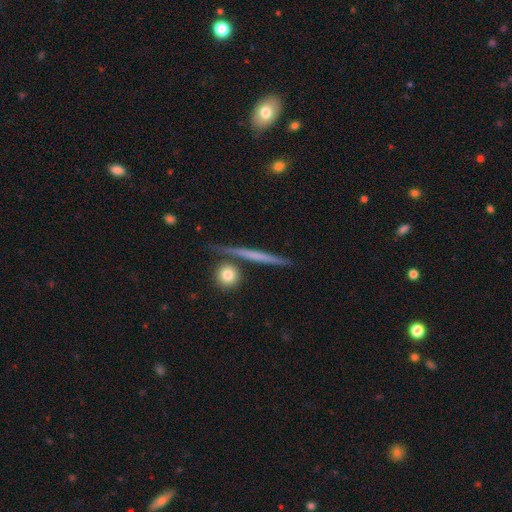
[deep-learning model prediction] smooth-or-featured: featured or disk: 51% | smooth: 42% | star or artifact: 6%
  disk-edge-on: yes: 95% | no: 5%
  merging: none: 83% | minor disturbance: 9% | merger: 5% | major disturbance: 2%